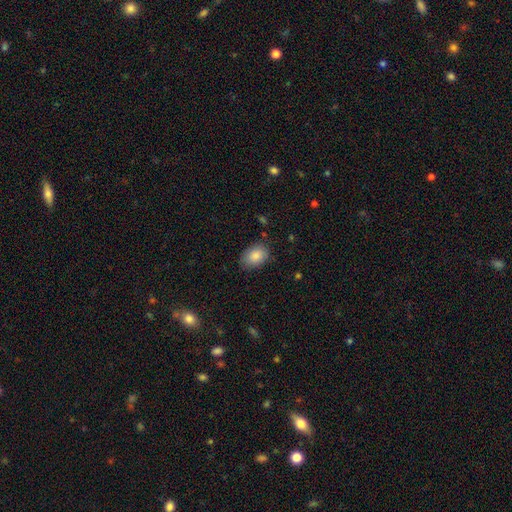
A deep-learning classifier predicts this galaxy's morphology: smooth 86%, star or artifact 7%, featured or disk 6%. Down the decision tree: how rounded — in between (79%); merging — none (81%).